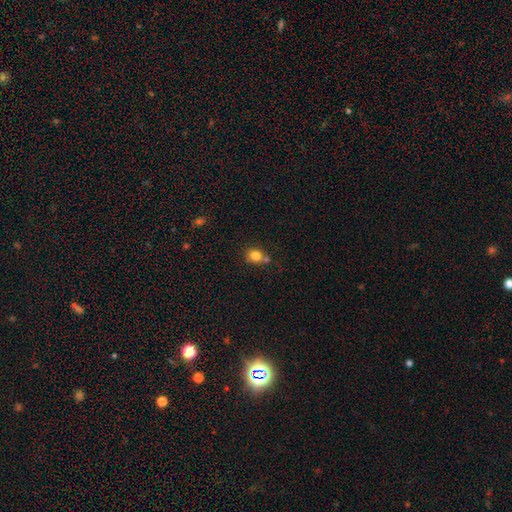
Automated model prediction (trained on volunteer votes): smooth 82%, star or artifact 11%, featured or disk 8%. Down the decision tree: how rounded — round (63%); merging — none (58%).